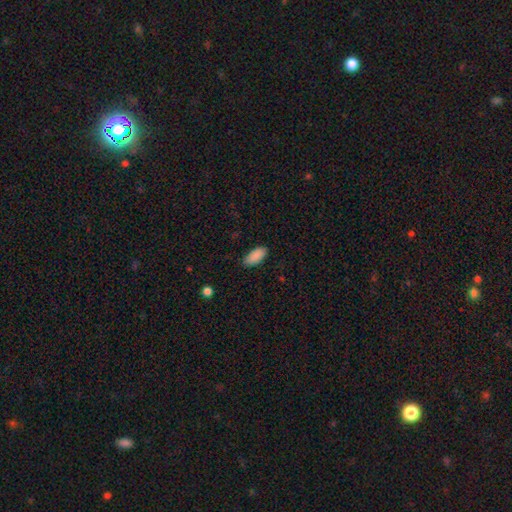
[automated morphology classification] Smooth or featured?
  - smooth: 89% *
  - star or artifact: 7%
  - featured or disk: 4%
How rounded?
  - in between: 89% *
  - cigar-shaped: 9%
  - round: 2%
Merging?
  - none: 83% *
  - minor disturbance: 14%
  - major disturbance: 2%
  - merger: 1%